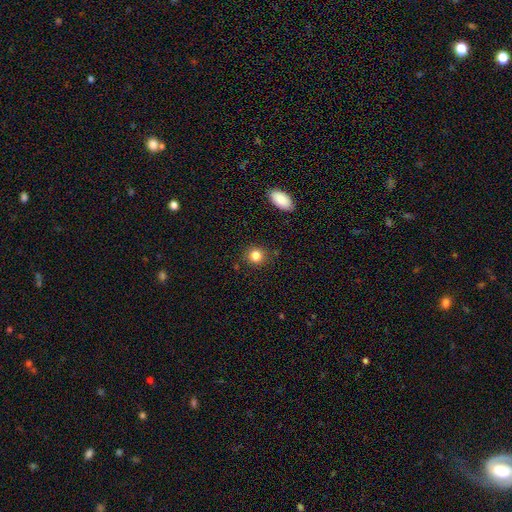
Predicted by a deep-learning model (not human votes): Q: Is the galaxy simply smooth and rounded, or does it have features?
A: smooth — 83%.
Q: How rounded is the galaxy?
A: round — 84%.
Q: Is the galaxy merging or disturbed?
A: none — 87%.